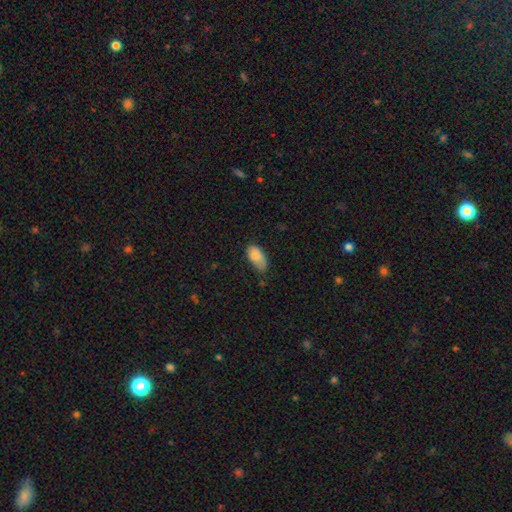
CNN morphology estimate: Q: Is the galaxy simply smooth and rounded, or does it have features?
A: smooth — 84%.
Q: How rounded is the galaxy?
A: in between — 92%.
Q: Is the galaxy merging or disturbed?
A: none — 48%.